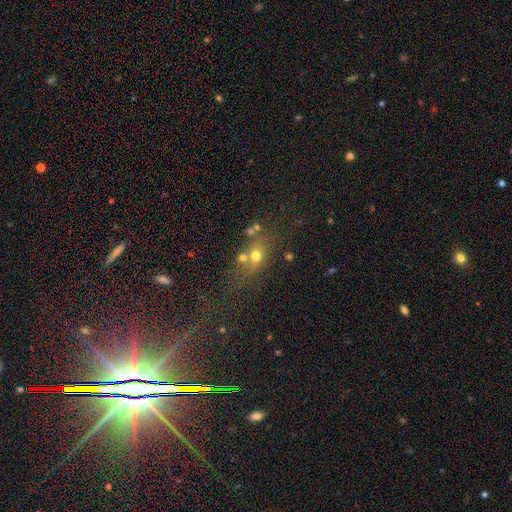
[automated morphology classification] smooth_or_featured: smooth (p=0.62) [alt: featured or disk p=0.19]
how_rounded: round (p=0.46) [tied with: in between p=0.46]
merging: none (p=0.52) [alt: merger p=0.26]